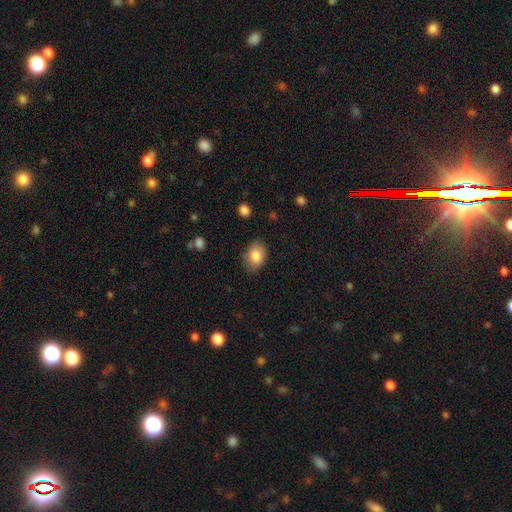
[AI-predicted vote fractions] Smooth or featured: smooth — 84% (featured or disk — 9%)
How rounded: in between — 79% (round — 20%)
Merging: none — 77% (minor disturbance — 17%)